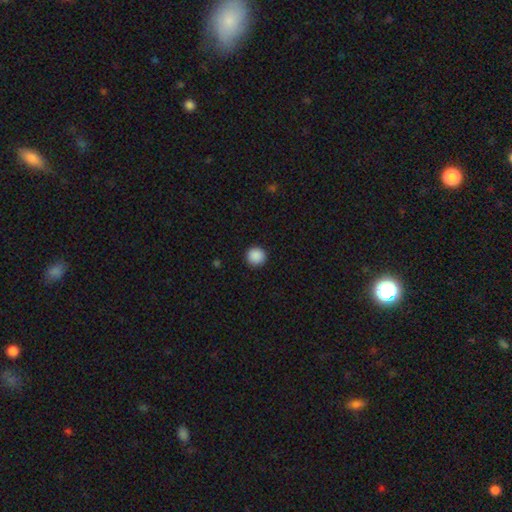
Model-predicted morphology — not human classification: A smooth galaxy with no disk features (89%) that is round (95%).

Vote fractions:
- Smooth or featured? smooth: 89% / star or artifact: 9% / featured or disk: 2%
- How rounded? round: 95% / in between: 4% / cigar-shaped: 1%
- Merging? none: 93% / minor disturbance: 5% / major disturbance: 2% / merger: 1%